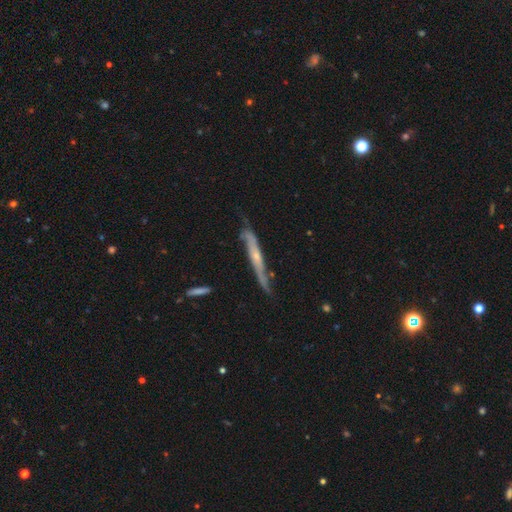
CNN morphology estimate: The model was most divided on "edge-on bulge": rounded: 52%, none: 43%, boxy: 5%. More confident: edge-on disk — yes (79%); smooth or featured — featured or disk (71%); merging — none (61%).